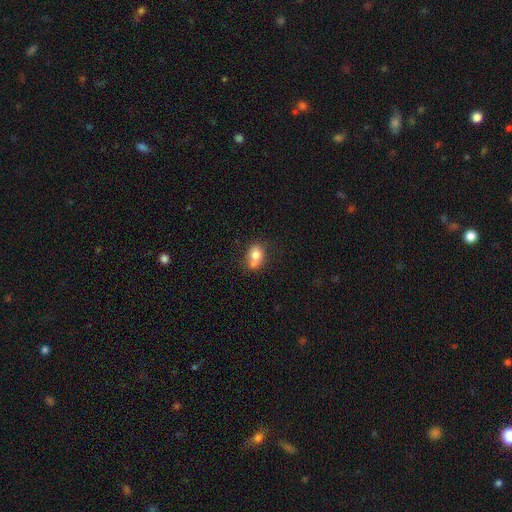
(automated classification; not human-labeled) This is likely a smooth galaxy (74%). How rounded: possibly in between (50%). Merging: marginally none (40%).